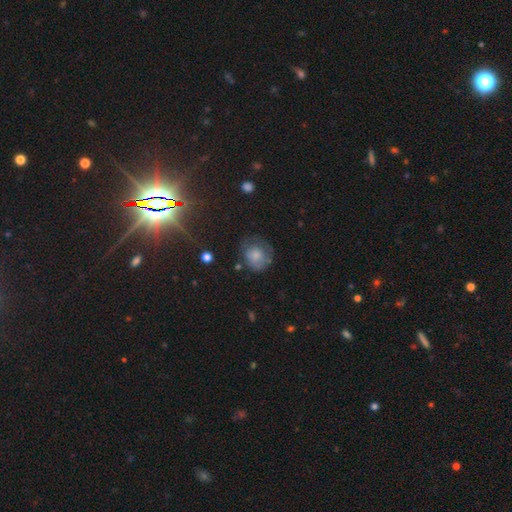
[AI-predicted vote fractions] This appears to be a smooth galaxy with no disk features (67%) that is round (78%). Merging: none (54%).